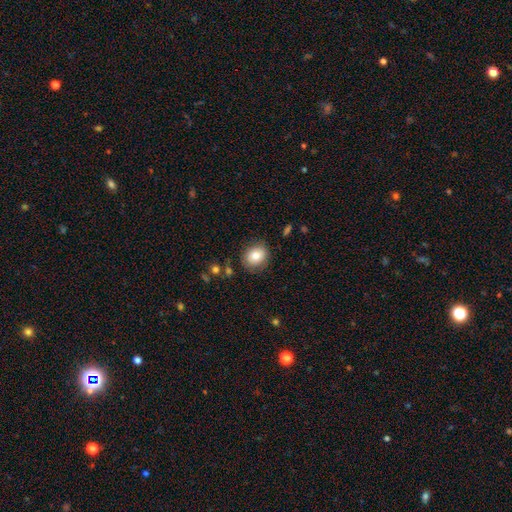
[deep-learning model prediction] smooth-or-featured: smooth: 79% | featured or disk: 12% | star or artifact: 9%
  how-rounded: round: 60% | in between: 39% | cigar-shaped: 1%
  merging: none: 82% | minor disturbance: 13% | major disturbance: 4% | merger: 2%